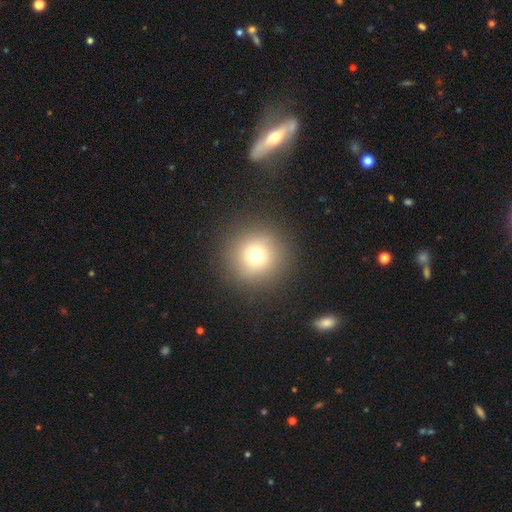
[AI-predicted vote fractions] This appears to be a smooth galaxy with no disk features (74%) that is round (95%). Merging: none (91%).